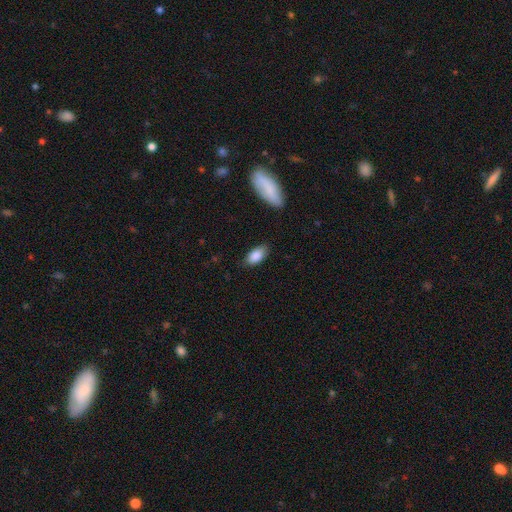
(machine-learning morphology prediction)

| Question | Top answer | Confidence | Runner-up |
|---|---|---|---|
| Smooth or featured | smooth | 87% | star or artifact (7%) |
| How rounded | in between | 92% | cigar-shaped (5%) |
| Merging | none | 80% | minor disturbance (15%) |